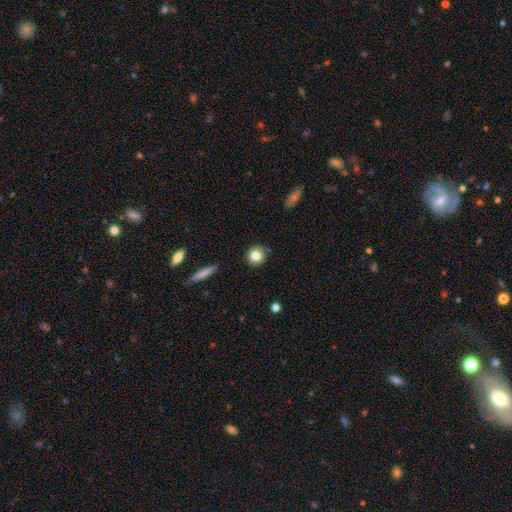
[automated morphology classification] A smooth galaxy with no disk features (80%) that is round (89%). Merging: none (87%).